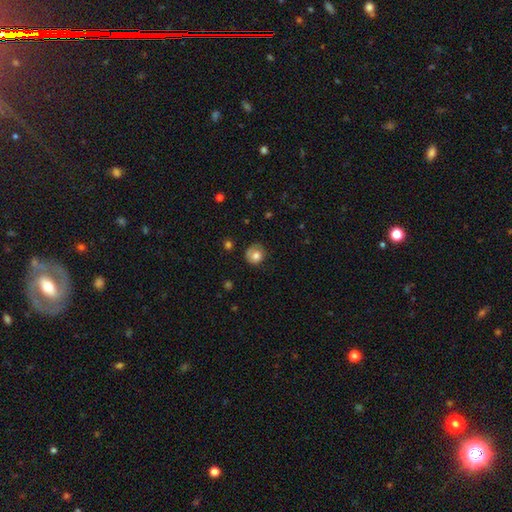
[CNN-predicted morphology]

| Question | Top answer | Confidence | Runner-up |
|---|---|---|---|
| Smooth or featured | smooth | 75% | featured or disk (17%) |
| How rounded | round | 82% | in between (17%) |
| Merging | none | 62% | minor disturbance (26%) |